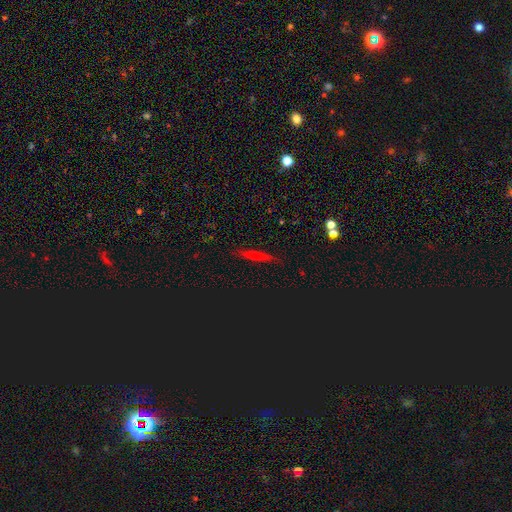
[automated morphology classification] type=smooth (52%); roundness=cigar-shaped (89%); merging=none (88%).